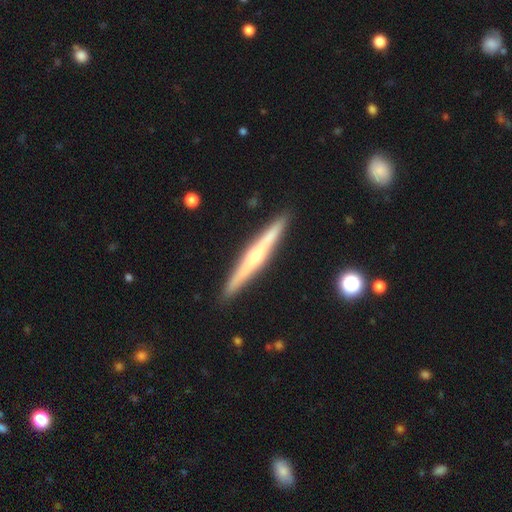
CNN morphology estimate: A featured or disk galaxy (72%) viewed edge-on (98%) with a rounded central bulge (80%). Merging: none (92%).